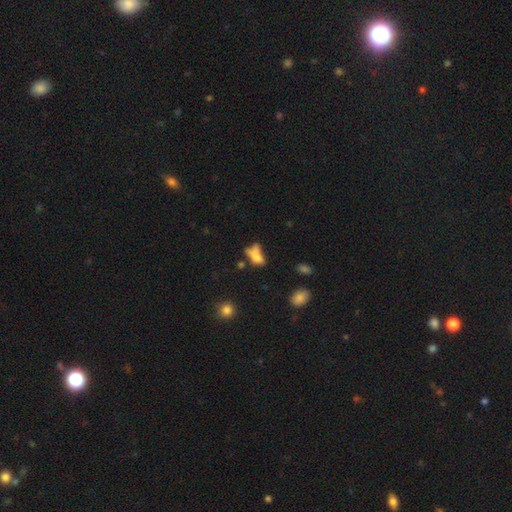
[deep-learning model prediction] Q: Smooth or featured?
A: smooth (61%); runner-up: featured or disk (25%)
Q: How rounded?
A: in between (74%); runner-up: cigar-shaped (18%)
Q: Merging?
A: none (28%); tied with: merger (28%)